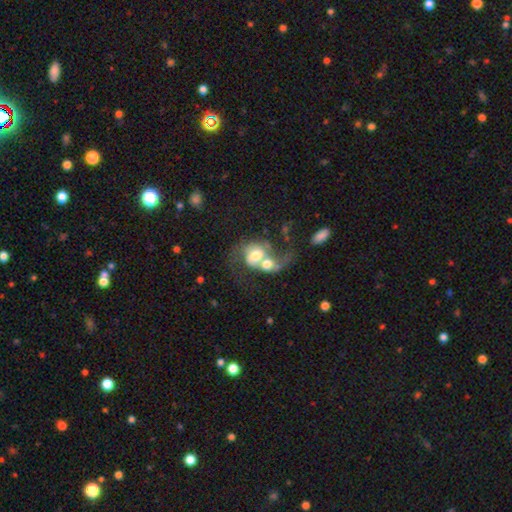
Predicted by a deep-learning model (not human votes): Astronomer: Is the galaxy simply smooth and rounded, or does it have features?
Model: featured or disk — 59%.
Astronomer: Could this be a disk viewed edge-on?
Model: no — 97%.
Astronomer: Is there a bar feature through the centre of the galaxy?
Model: no — 67%.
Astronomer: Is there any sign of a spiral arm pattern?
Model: yes — 74%.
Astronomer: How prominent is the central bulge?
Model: moderate — 53%.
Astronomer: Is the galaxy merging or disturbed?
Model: merger — 72%.